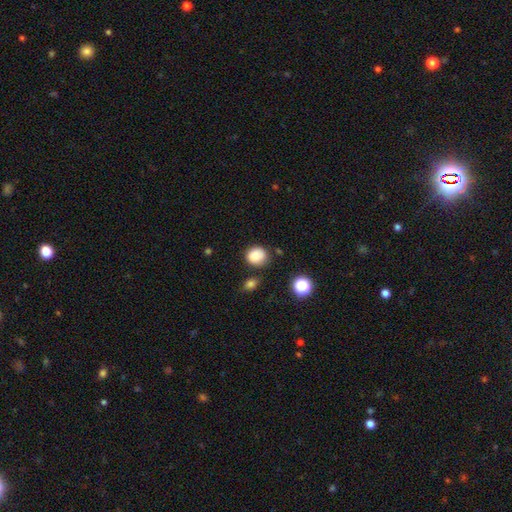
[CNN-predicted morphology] A smooth galaxy with no disk features (84%) that is round (77%). Merging: none (75%).